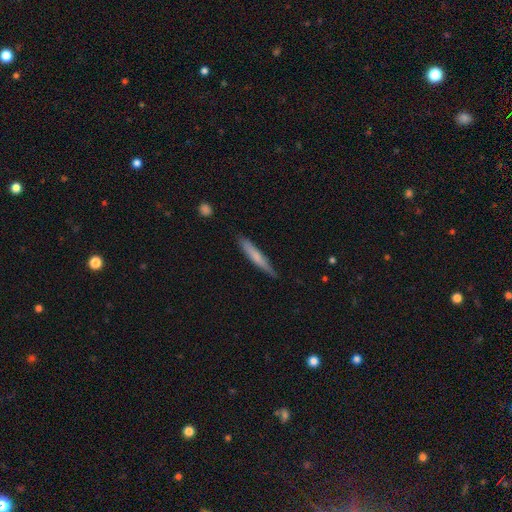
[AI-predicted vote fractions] Q: Smooth or featured?
A: smooth (65%); runner-up: featured or disk (29%)
Q: How rounded?
A: cigar-shaped (94%); runner-up: in between (5%)
Q: Merging?
A: none (81%); runner-up: minor disturbance (15%)